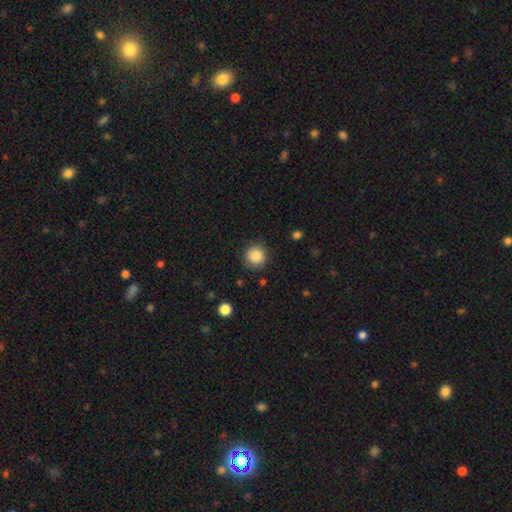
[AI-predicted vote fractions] This appears to be a smooth galaxy with no disk features (87%) that is round (93%). Merging: none (88%).